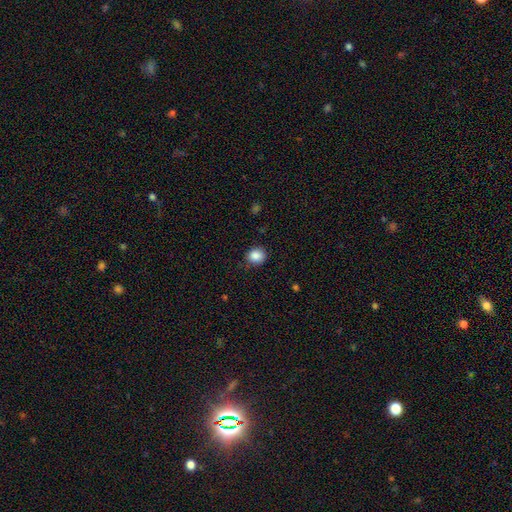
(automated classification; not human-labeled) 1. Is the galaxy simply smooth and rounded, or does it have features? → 87% smooth, 9% star or artifact, 4% featured or disk.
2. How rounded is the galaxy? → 78% round, 21% in between, 1% cigar-shaped.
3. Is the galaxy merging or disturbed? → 84% none, 12% minor disturbance, 3% major disturbance, 1% merger.